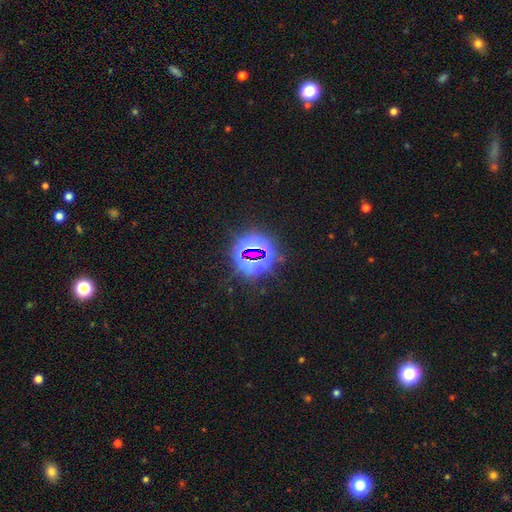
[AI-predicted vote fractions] A star or artifact, not a galaxy (80%).

Vote fractions:
- Smooth or featured? star or artifact: 80% / smooth: 12% / featured or disk: 8%